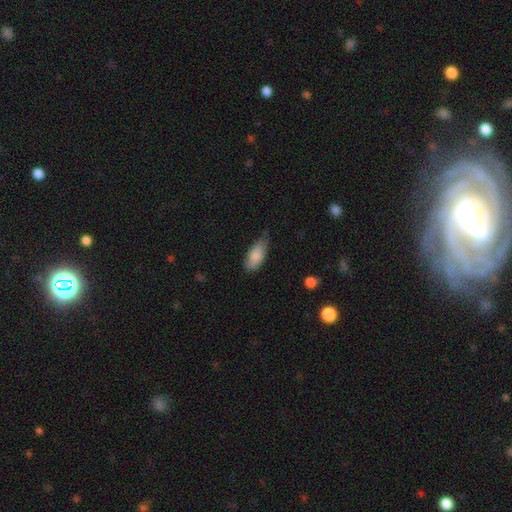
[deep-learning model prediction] Q: Smooth or featured?
A: smooth (84%); runner-up: featured or disk (10%)
Q: How rounded?
A: in between (87%); runner-up: cigar-shaped (11%)
Q: Merging?
A: none (48%); runner-up: minor disturbance (41%)